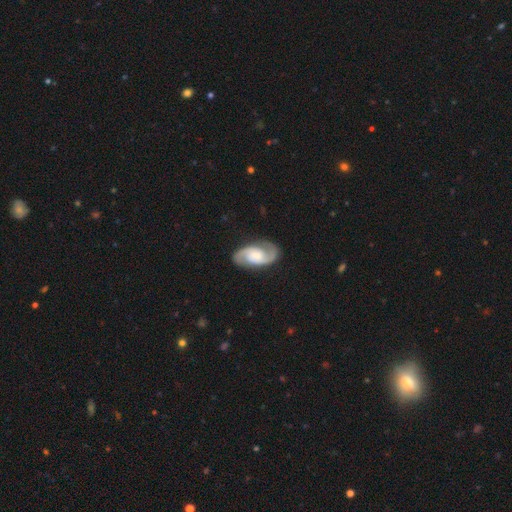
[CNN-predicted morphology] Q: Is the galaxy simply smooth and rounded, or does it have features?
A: featured or disk — 87%.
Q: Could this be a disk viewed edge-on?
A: no — 97%.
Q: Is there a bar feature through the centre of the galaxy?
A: no — 57%.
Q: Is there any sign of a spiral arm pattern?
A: yes — 97%.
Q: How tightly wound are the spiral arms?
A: medium — 53%.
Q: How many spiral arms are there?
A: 2 — 93%.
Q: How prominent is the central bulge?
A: moderate — 41%.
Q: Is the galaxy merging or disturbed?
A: none — 84%.